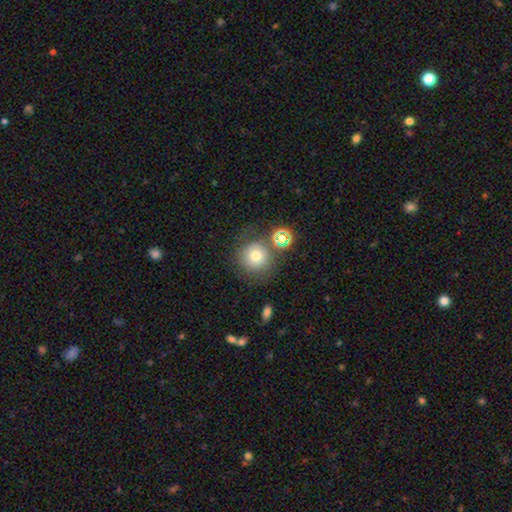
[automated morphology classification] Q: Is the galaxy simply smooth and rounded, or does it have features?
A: smooth — 72%.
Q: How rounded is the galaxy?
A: round — 91%.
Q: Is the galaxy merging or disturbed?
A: none — 65%.